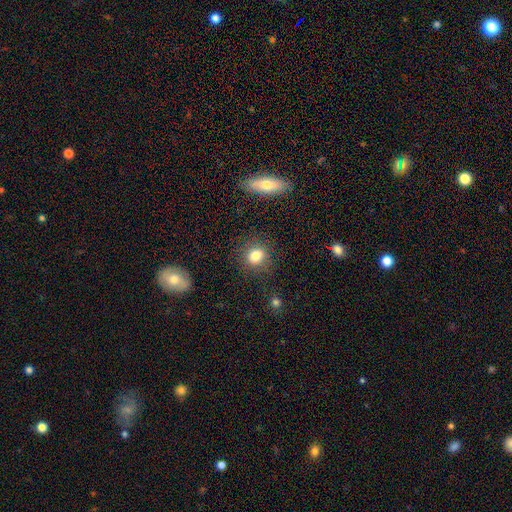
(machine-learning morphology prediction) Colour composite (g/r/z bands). It shows a smooth galaxy with no disk features (81%) that is round (75%). Merging: none (84%).